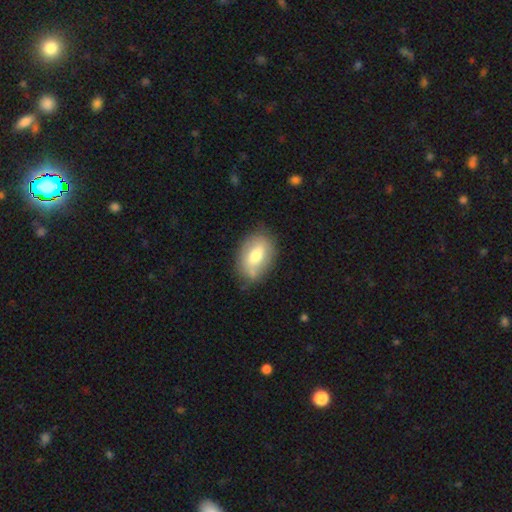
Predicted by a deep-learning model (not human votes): This is likely a smooth galaxy (64%). How rounded: clearly in between (87%). Merging: likely none (74%).